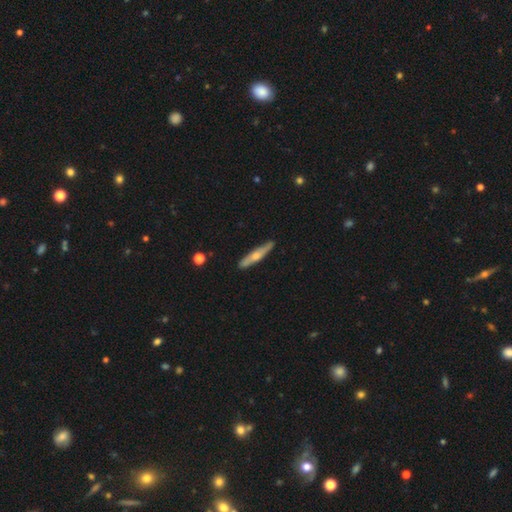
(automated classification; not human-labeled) Q: Smooth or featured?
A: featured or disk (48%); runner-up: smooth (46%)
Q: Merging?
A: none (87%); runner-up: minor disturbance (10%)